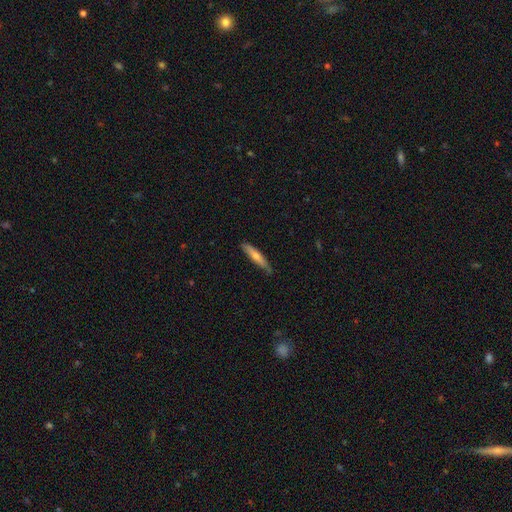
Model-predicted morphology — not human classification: This is possibly a smooth galaxy (59%). How rounded: clearly cigar-shaped (90%). Merging: clearly none (81%).